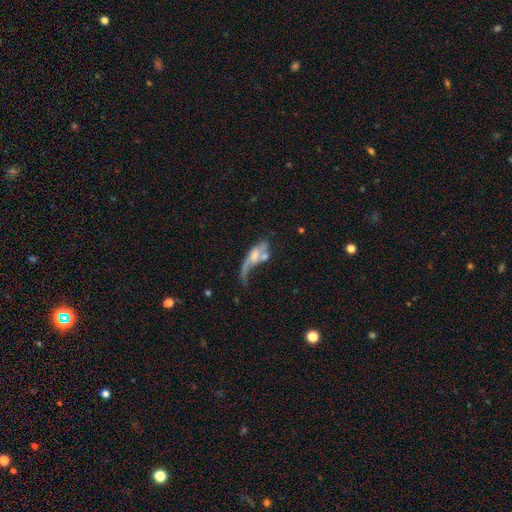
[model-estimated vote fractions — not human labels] A featured or disk galaxy (56%). Merging: merger (35%, tied with major disturbance).